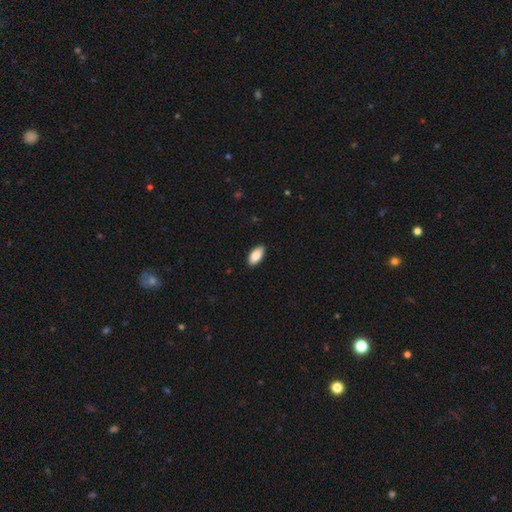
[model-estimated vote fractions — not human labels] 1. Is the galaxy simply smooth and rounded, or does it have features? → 87% smooth, 6% star or artifact, 6% featured or disk.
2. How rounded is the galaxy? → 93% in between, 5% cigar-shaped, 2% round.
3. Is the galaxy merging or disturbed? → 90% none, 8% minor disturbance, 2% major disturbance, 1% merger.